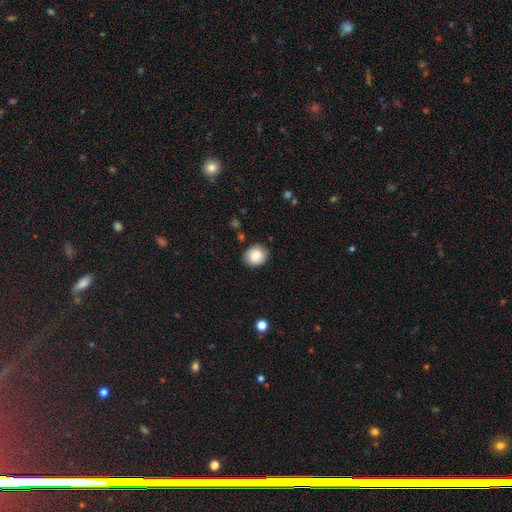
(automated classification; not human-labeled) A smooth galaxy with no disk features (86%) that is round (72%). Merging: none (87%).